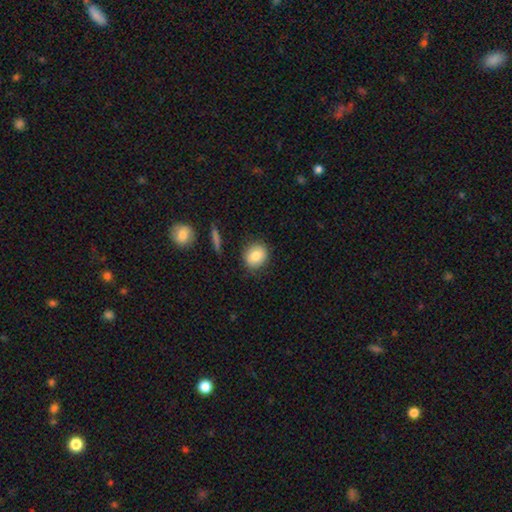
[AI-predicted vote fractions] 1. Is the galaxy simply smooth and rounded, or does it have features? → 82% smooth, 10% featured or disk, 8% star or artifact.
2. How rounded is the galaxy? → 71% round, 27% in between, 1% cigar-shaped.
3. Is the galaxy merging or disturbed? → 84% none, 11% minor disturbance, 3% major disturbance, 2% merger.